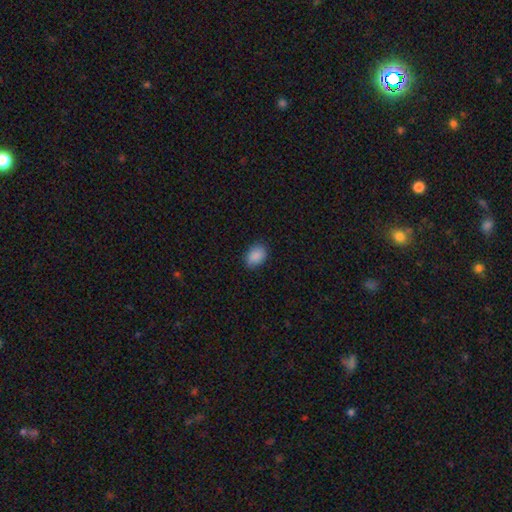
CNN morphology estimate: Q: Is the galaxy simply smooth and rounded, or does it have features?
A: smooth — 89%.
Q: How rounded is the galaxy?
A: in between — 80%.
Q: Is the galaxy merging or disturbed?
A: none — 83%.